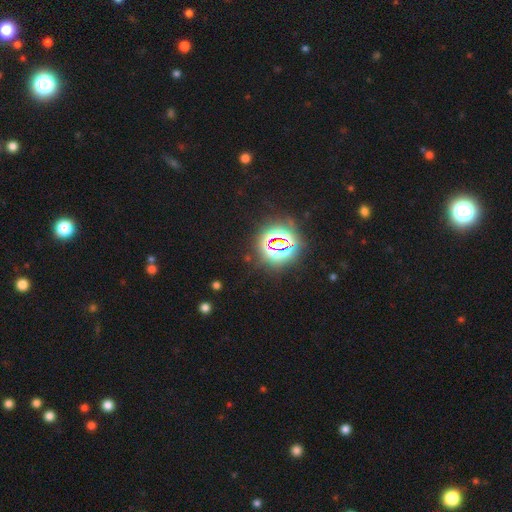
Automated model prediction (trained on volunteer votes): smooth_or_featured: star or artifact (p=0.81) [alt: smooth p=0.13]